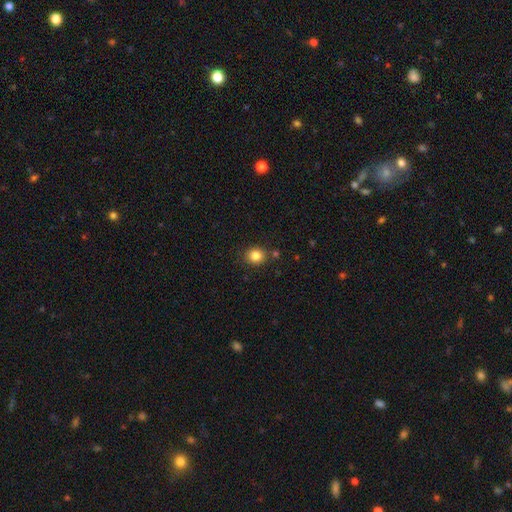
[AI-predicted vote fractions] This appears to be a smooth galaxy with no disk features (84%) that is round (76%). Merging: none (83%).